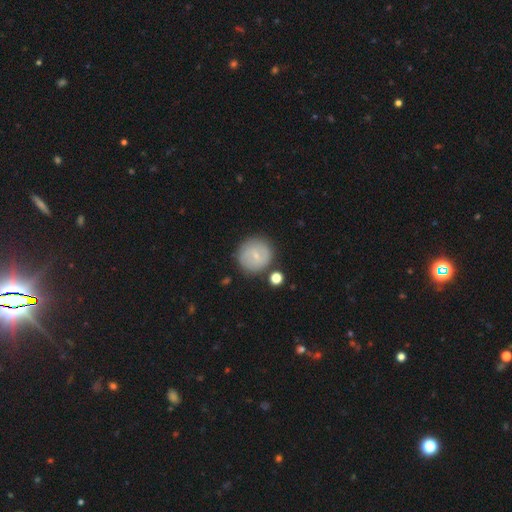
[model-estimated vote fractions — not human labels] Smooth or featured? Predicted: smooth (p=0.60). How rounded? Predicted: round (p=0.93). Merging? Predicted: none (p=0.80).